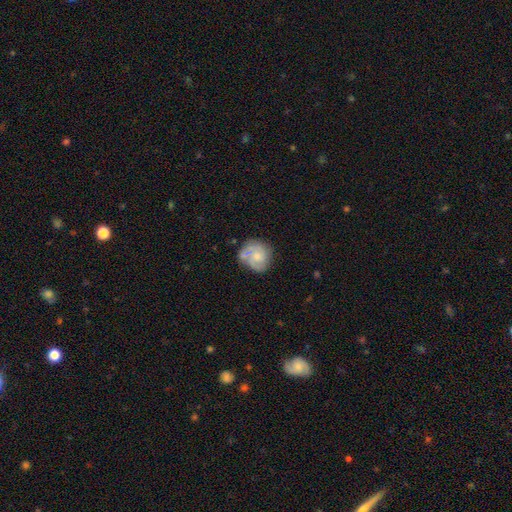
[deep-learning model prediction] Smooth or featured: featured or disk — 58% (smooth — 35%)
Edge-on disk: no — 98% (yes — 2%)
Bar: no — 77% (weak — 21%)
Spiral arms: yes — 82% (no — 18%)
Bulge size: small — 51% (moderate — 36%)
Merging: none — 59% (minor disturbance — 23%)